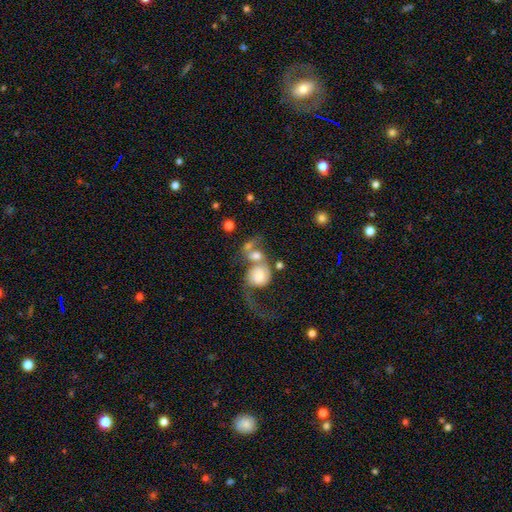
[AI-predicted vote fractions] Smooth or featured? featured or disk (48%)
Merging? merger (65%)